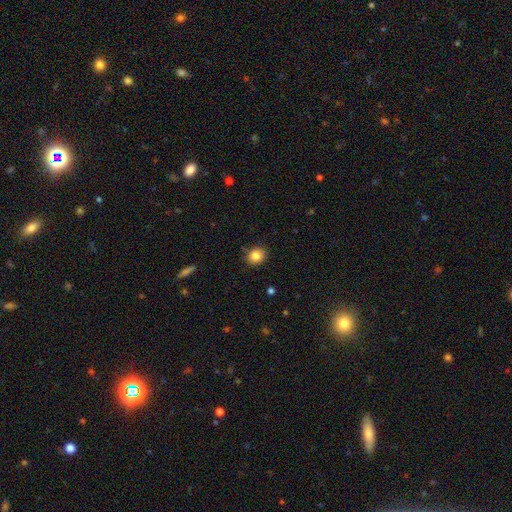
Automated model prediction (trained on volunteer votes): This is clearly a smooth galaxy (84%). How rounded: likely round (72%). Merging: clearly none (86%).